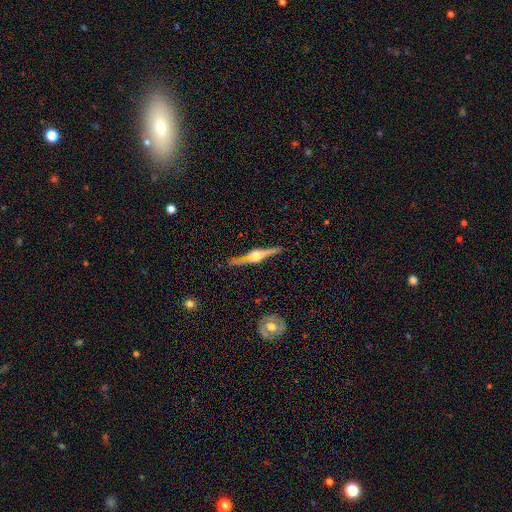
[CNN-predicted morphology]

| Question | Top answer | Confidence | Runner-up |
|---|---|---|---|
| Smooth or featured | featured or disk | 87% | smooth (8%) |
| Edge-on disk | yes | 93% | no (7%) |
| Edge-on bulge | rounded | 93% | boxy (5%) |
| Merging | none | 83% | minor disturbance (12%) |